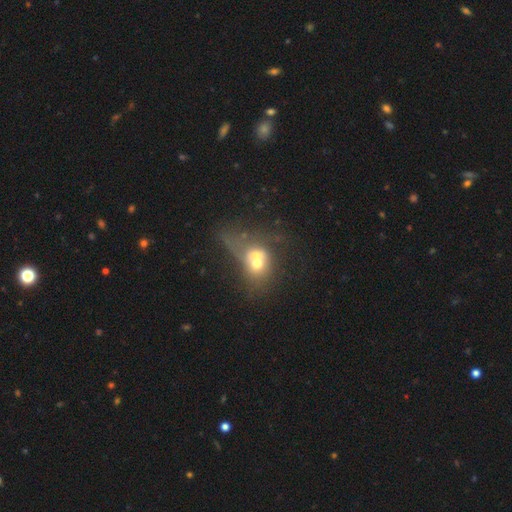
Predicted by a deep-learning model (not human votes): A smooth galaxy with no disk features (55%) that is round (59%).

Vote fractions:
- Smooth or featured? smooth: 55% / featured or disk: 34% / star or artifact: 12%
- How rounded? round: 59% / in between: 39% / cigar-shaped: 2%
- Merging? merger: 75% / none: 12% / major disturbance: 8% / minor disturbance: 5%